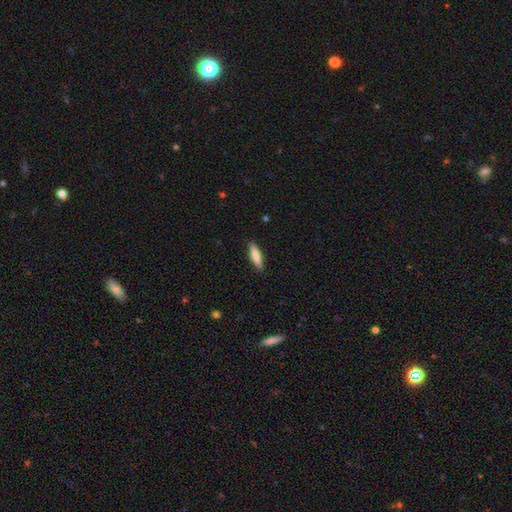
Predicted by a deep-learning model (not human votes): Morphology: type=smooth (80%); roundness=cigar-shaped (74%); merging=none (89%).